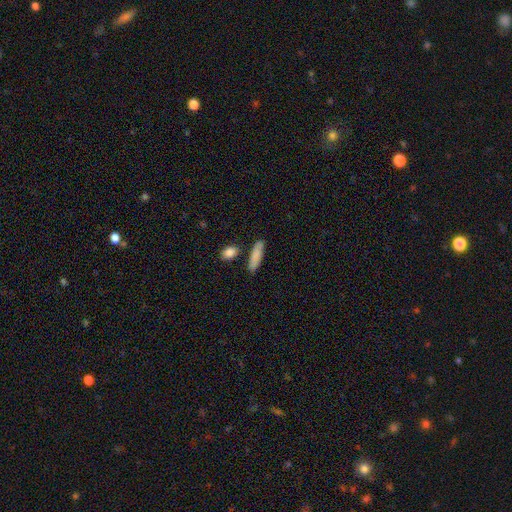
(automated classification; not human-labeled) This is clearly a smooth galaxy (84%). How rounded: likely cigar-shaped (66%). Merging: clearly none (81%).